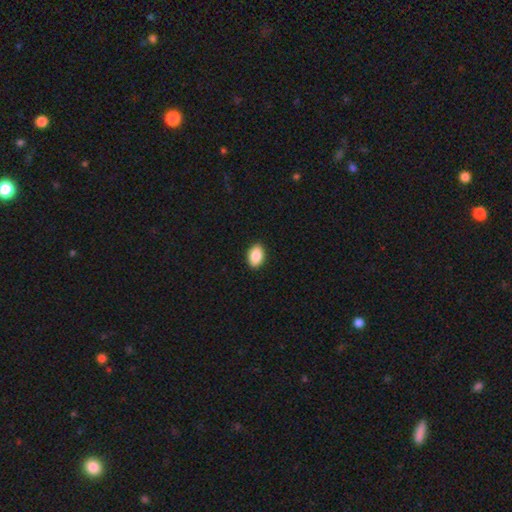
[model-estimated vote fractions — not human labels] A smooth galaxy with no disk features (88%) that is in between round and cigar-shaped (89%). Merging: none (90%).